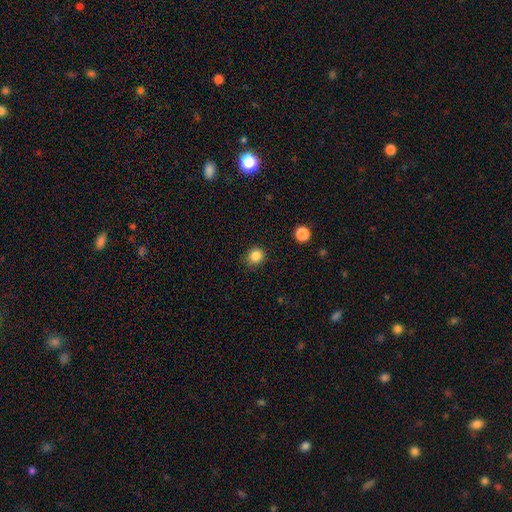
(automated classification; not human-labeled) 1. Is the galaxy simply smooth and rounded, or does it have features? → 85% smooth, 12% star or artifact, 4% featured or disk.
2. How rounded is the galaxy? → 84% round, 16% in between, 1% cigar-shaped.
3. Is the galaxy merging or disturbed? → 83% none, 13% minor disturbance, 3% major disturbance, 1% merger.